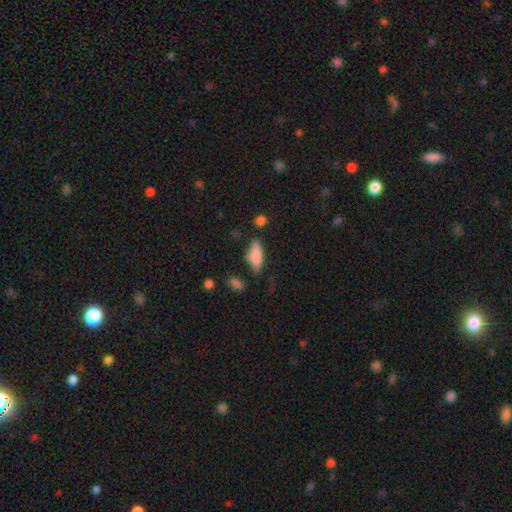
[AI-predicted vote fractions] Overall: smooth (83%). How rounded: in between (71%). Merging: none (60%; minor disturbance 26%).